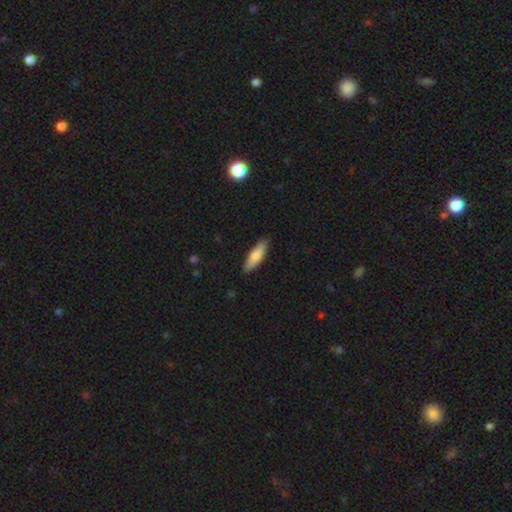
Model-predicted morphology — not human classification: Q: Smooth or featured?
A: smooth (75%); runner-up: featured or disk (19%)
Q: How rounded?
A: cigar-shaped (58%); runner-up: in between (40%)
Q: Merging?
A: none (89%); runner-up: minor disturbance (9%)